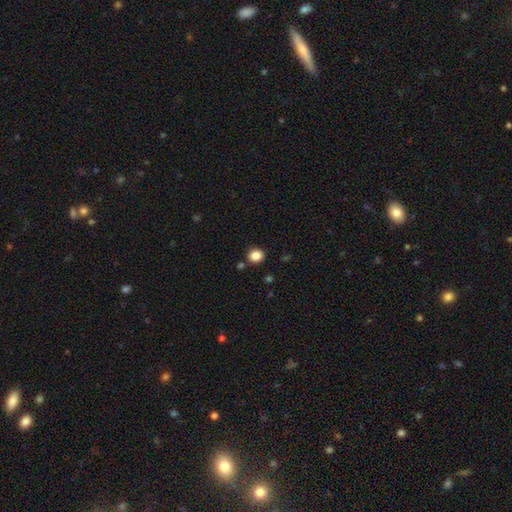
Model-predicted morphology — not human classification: type=smooth (86%); roundness=round (75%); merging=none (86%).